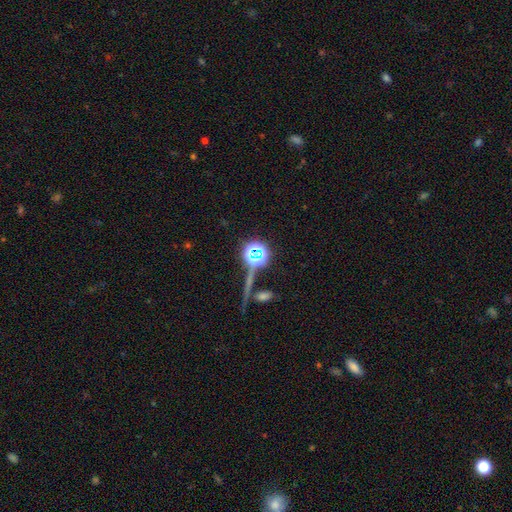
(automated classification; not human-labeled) The model was most divided on "smooth or featured": star or artifact: 64%, smooth: 24%, featured or disk: 12%.